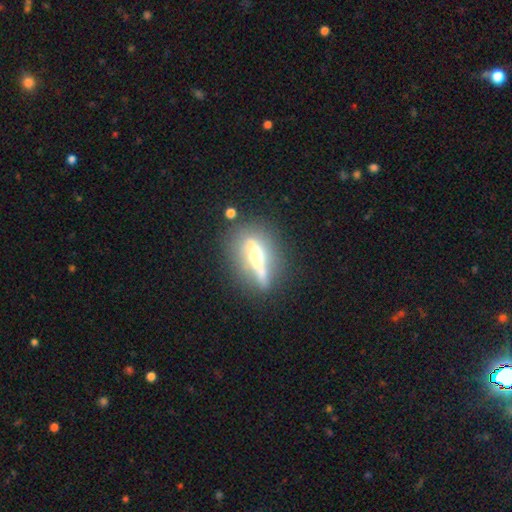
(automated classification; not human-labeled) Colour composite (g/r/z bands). It shows a featured or disk galaxy (67%) viewed edge-on (77%) with a rounded central bulge (89%). Merging: none (69%).